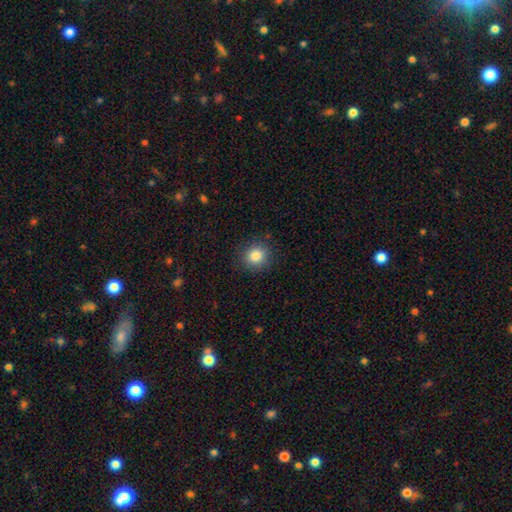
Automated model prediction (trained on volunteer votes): Smooth or featured: smooth — 84% (star or artifact — 11%)
How rounded: round — 89% (in between — 10%)
Merging: none — 89% (minor disturbance — 8%)